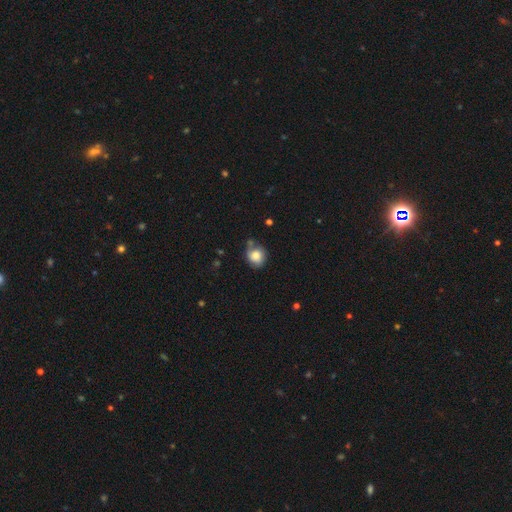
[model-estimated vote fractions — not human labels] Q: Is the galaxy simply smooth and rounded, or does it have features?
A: smooth — 77%.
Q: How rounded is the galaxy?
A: round — 73%.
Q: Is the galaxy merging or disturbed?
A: none — 57%.